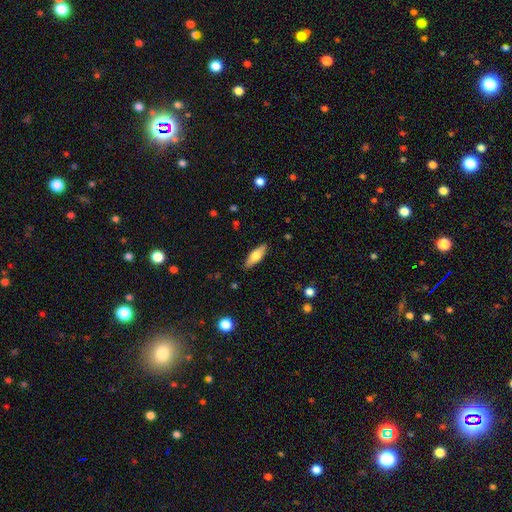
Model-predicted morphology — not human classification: Smooth or featured: smooth — 62% (featured or disk — 32%)
How rounded: in between — 53% (cigar-shaped — 44%)
Merging: none — 89% (minor disturbance — 9%)